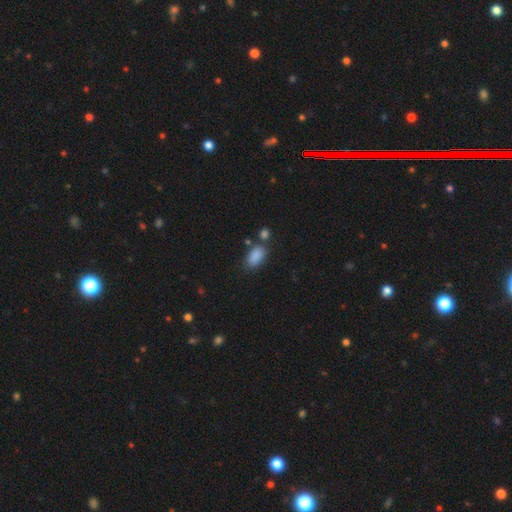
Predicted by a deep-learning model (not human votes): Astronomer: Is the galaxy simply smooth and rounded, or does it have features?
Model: smooth — 88%.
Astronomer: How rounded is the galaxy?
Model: in between — 91%.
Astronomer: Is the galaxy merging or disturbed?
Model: none — 67%.